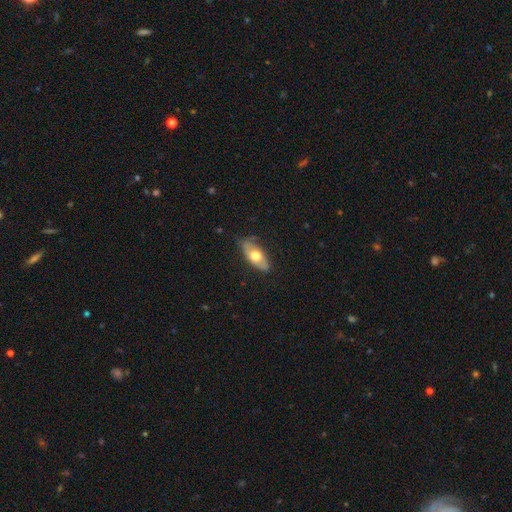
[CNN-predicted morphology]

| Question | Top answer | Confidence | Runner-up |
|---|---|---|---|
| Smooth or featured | smooth | 54% | featured or disk (41%) |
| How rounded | in between | 84% | cigar-shaped (12%) |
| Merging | none | 74% | minor disturbance (21%) |